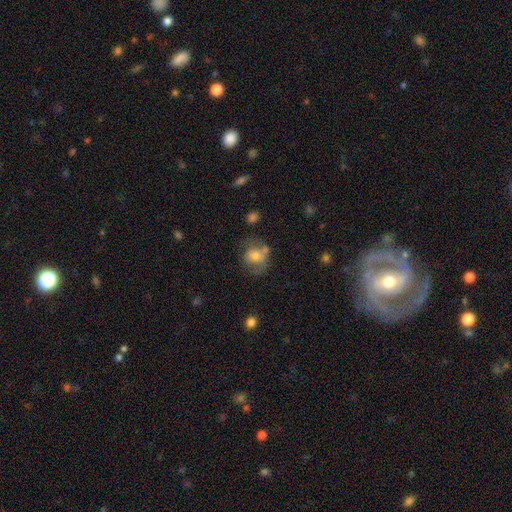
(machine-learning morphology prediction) A smooth galaxy with no disk features (60%) that is round (63%). Merging: none (47%).